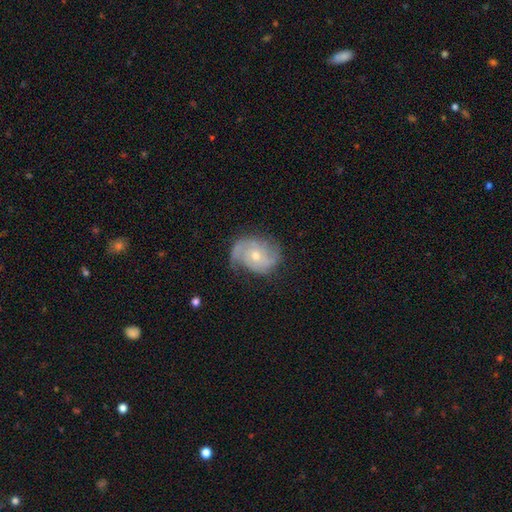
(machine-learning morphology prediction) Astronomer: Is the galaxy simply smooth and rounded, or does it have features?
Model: featured or disk — 80%.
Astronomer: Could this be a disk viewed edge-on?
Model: no — 97%.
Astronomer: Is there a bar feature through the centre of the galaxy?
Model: no — 71%.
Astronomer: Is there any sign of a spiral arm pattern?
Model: yes — 94%.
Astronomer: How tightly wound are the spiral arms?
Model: tight — 42% (runner-up: medium, 41%).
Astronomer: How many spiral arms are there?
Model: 2 — 50%.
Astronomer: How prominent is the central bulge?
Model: moderate — 51% (runner-up: small, 45%).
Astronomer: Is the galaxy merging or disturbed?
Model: none — 65%.